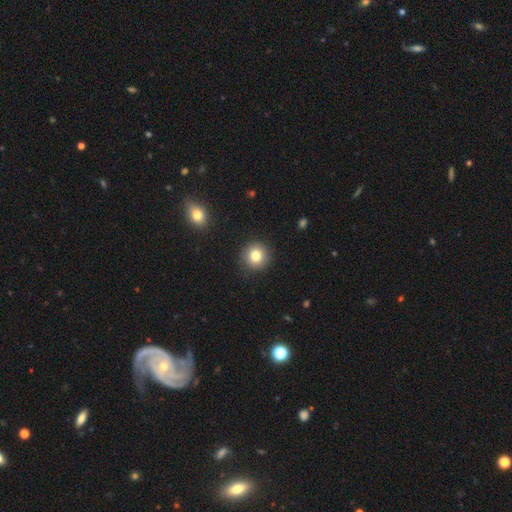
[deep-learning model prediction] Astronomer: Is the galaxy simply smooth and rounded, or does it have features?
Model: smooth — 81%.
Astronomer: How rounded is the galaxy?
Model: round — 93%.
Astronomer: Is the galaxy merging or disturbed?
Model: none — 91%.